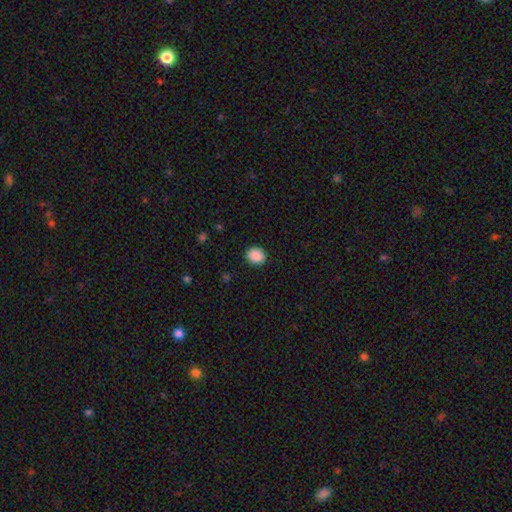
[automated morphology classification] Smooth or featured: smooth — 89% (star or artifact — 8%)
How rounded: round — 65% (in between — 34%)
Merging: none — 90% (minor disturbance — 7%)